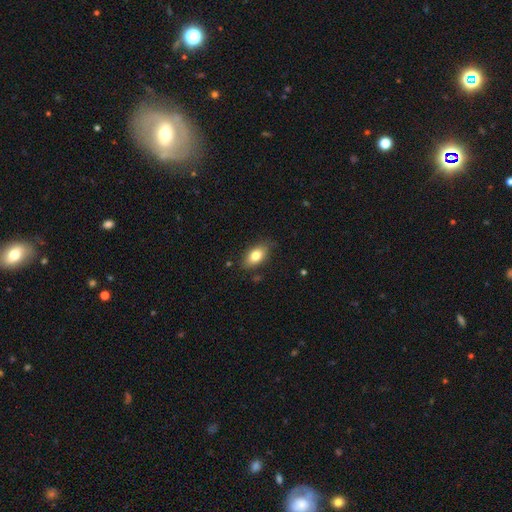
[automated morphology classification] A smooth galaxy with no disk features (80%) that is in between round and cigar-shaped (90%).

Vote fractions:
- Smooth or featured? smooth: 80% / featured or disk: 12% / star or artifact: 7%
- How rounded? in between: 90% / round: 6% / cigar-shaped: 4%
- Merging? none: 81% / minor disturbance: 15% / major disturbance: 3% / merger: 2%